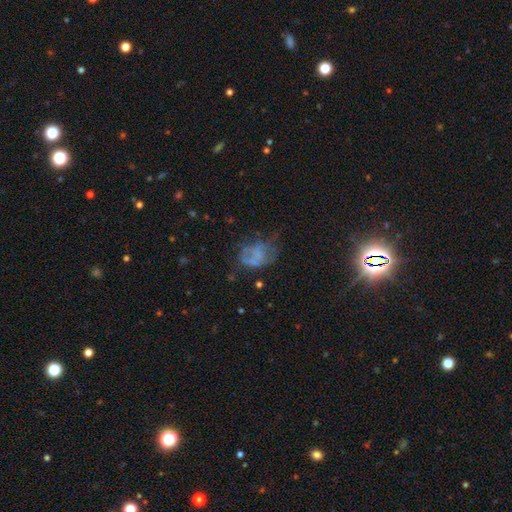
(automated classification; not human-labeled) Smooth or featured? smooth (42%)
Merging? major disturbance (36%)